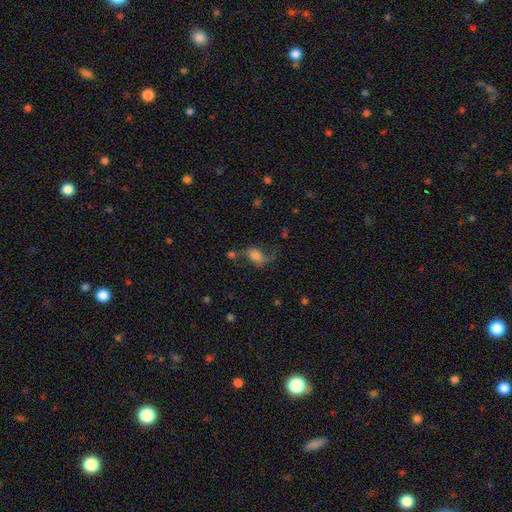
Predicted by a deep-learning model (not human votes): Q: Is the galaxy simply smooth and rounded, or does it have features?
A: featured or disk — 44%.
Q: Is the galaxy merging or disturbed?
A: none — 43%.